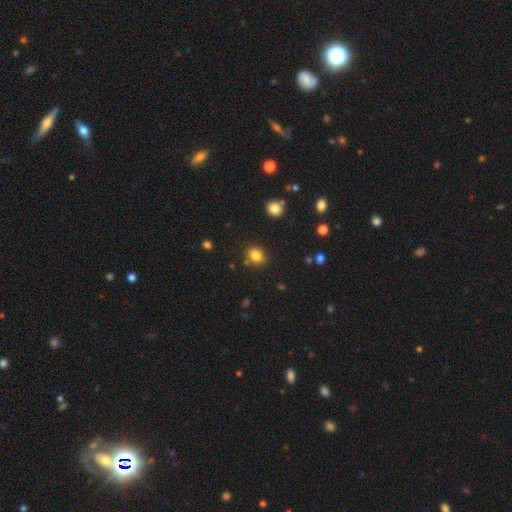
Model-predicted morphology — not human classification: type=smooth (83%); roundness=round (64%); merging=none (82%).